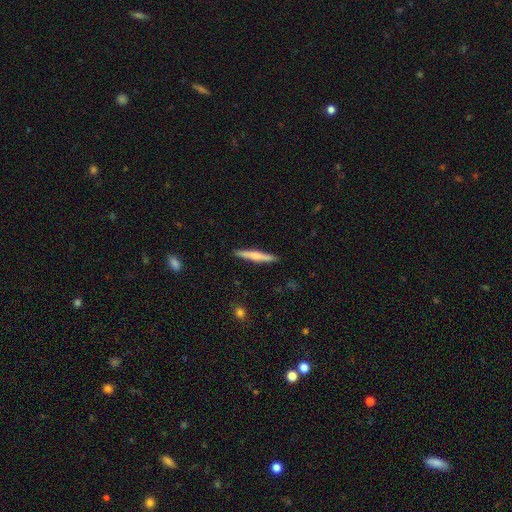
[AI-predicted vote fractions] smooth-or-featured: smooth: 54% | featured or disk: 41% | star or artifact: 6%
  how-rounded: cigar-shaped: 94% | in between: 5% | round: 2%
  merging: none: 90% | minor disturbance: 7% | major disturbance: 1% | merger: 1%